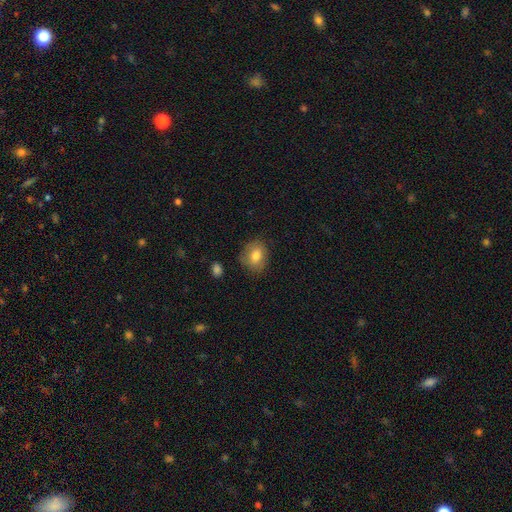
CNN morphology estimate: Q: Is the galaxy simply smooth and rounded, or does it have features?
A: smooth — 79%.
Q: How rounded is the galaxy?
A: round — 54%.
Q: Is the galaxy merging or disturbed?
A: none — 78%.